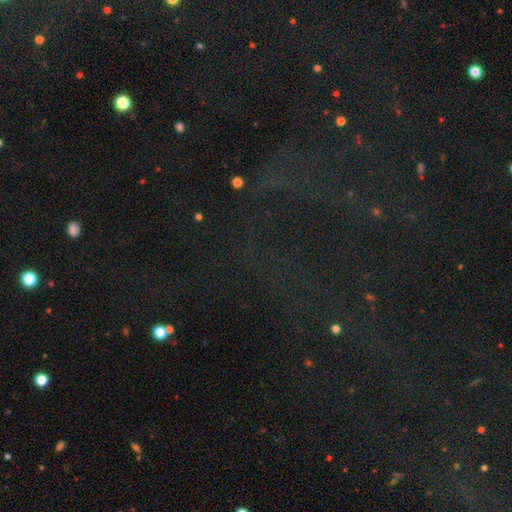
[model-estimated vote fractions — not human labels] smooth-or-featured: star or artifact: 79% | smooth: 12% | featured or disk: 9%